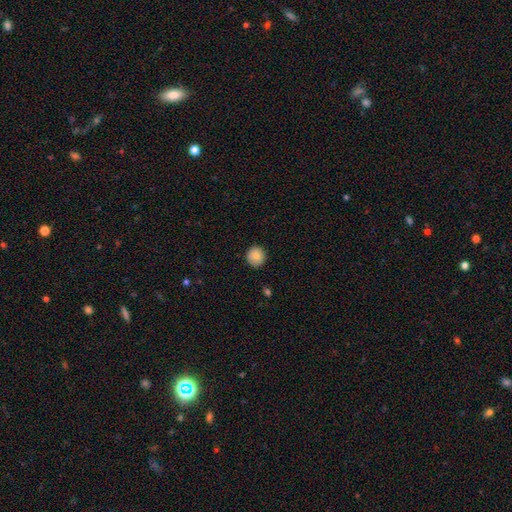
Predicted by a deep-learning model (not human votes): Smooth or featured? smooth (82%)
How rounded? round (94%)
Merging? none (90%)